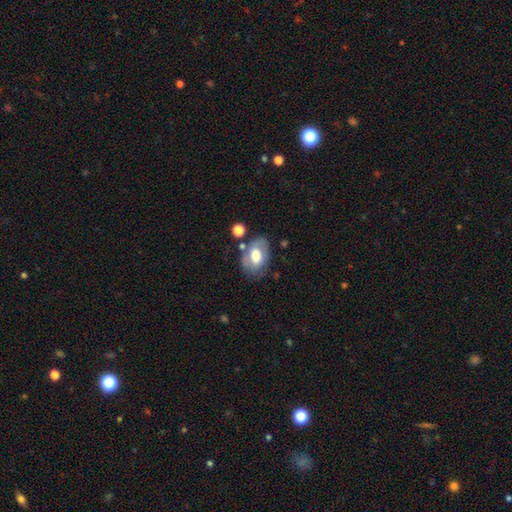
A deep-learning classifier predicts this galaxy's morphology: The model was most divided on "smooth or featured": smooth: 57%, featured or disk: 35%, star or artifact: 8%. More confident: how rounded — in between (84%); merging — none (60%).